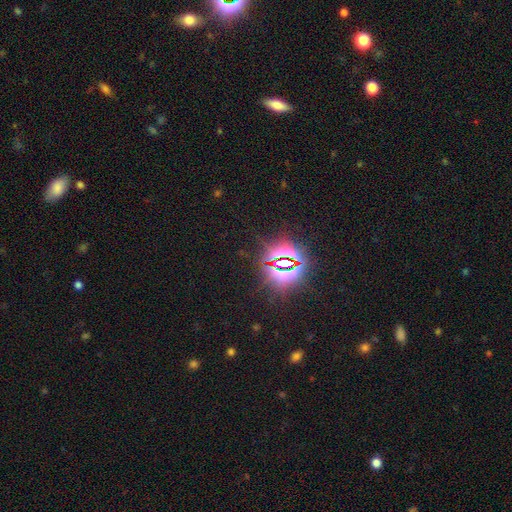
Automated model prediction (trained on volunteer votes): Morphology: type=star or artifact (81%).